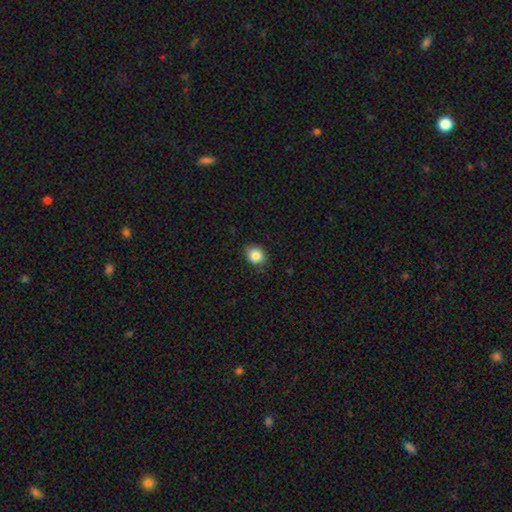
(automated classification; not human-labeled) Smooth or featured? smooth (86%)
How rounded? round (71%)
Merging? none (86%)